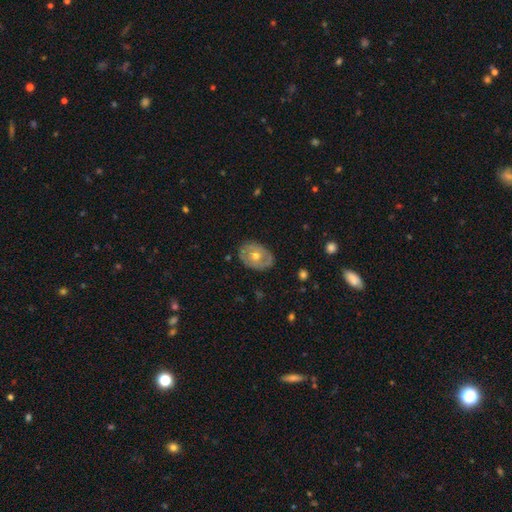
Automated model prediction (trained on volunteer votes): Q: Smooth or featured?
A: featured or disk (54%); runner-up: smooth (40%)
Q: Edge-on disk?
A: no (92%); runner-up: yes (8%)
Q: Merging?
A: none (80%); runner-up: minor disturbance (15%)